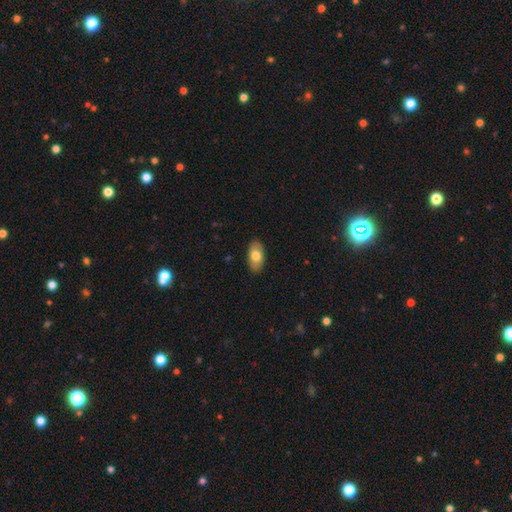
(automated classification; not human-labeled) Smooth or featured? Predicted: smooth (p=0.75). How rounded? Predicted: in between (p=0.94). Merging? Predicted: none (p=0.88).